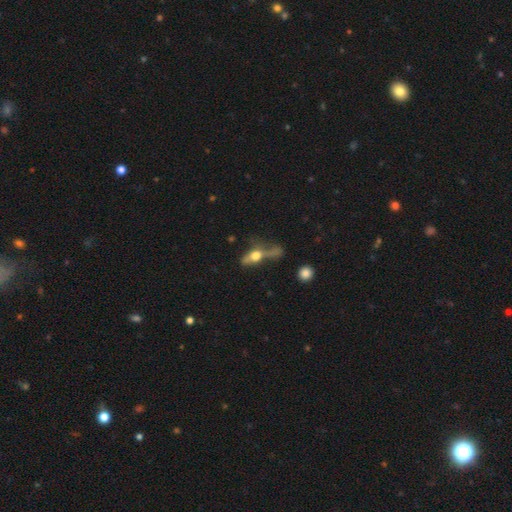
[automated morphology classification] This is possibly a featured or disk galaxy (45%). Merging: marginally none (41%).